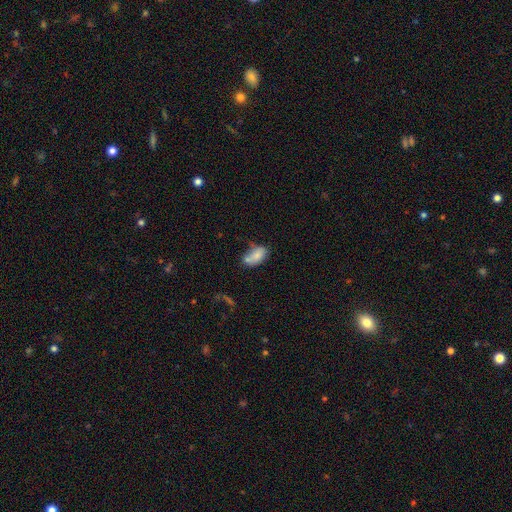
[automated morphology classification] Smooth or featured?
  - smooth: 75% *
  - featured or disk: 16%
  - star or artifact: 8%
How rounded?
  - in between: 90% *
  - round: 7%
  - cigar-shaped: 3%
Merging?
  - none: 42% *
  - merger: 26%
  - minor disturbance: 24%
  - major disturbance: 9%